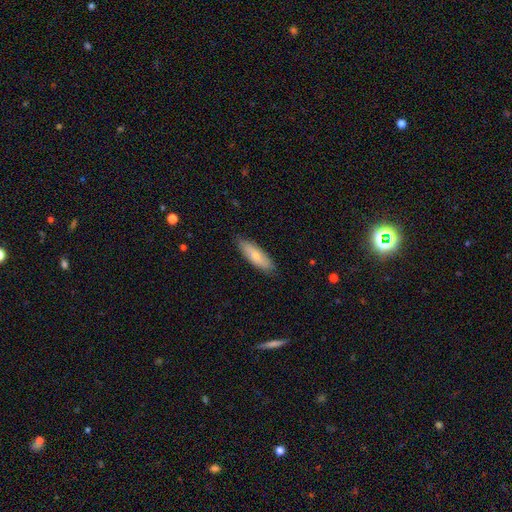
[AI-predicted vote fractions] A smooth galaxy with no disk features (70%) that is in between round and cigar-shaped (56%).

Vote fractions:
- Smooth or featured? smooth: 70% / featured or disk: 25% / star or artifact: 5%
- How rounded? in between: 56% / cigar-shaped: 42% / round: 2%
- Merging? none: 83% / minor disturbance: 14% / major disturbance: 2% / merger: 1%